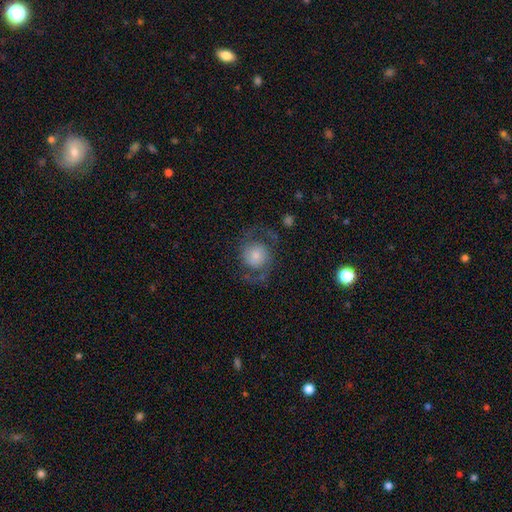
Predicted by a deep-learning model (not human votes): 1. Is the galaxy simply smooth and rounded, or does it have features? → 67% featured or disk, 25% smooth, 8% star or artifact.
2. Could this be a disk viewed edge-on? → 98% no, 2% yes.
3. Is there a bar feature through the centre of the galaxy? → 72% no, 23% weak, 5% strong.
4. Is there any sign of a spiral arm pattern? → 91% yes, 9% no.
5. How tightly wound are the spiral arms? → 49% medium, 36% loose, 15% tight.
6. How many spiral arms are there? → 92% 2, 3% can't tell, 2% 1, 1% 3, 1% 4, 1% more than 4.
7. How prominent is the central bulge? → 40% small, 30% moderate, 16% large, 7% none, 6% dominant.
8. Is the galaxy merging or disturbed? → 69% none, 15% minor disturbance, 15% major disturbance, 2% merger.